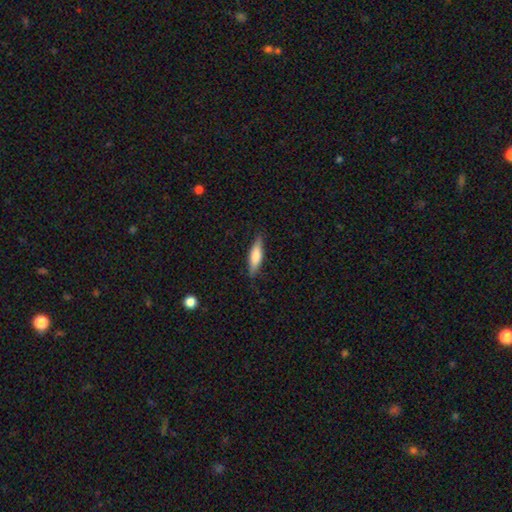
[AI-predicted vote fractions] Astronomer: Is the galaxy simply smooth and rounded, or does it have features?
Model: smooth — 68%.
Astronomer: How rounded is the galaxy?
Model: cigar-shaped — 65%.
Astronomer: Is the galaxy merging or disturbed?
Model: none — 85%.